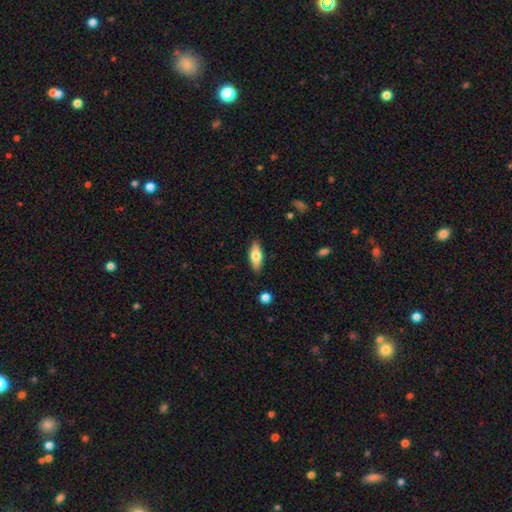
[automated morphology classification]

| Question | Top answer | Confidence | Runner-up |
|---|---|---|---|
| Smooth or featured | smooth | 66% | featured or disk (27%) |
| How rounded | in between | 72% | cigar-shaped (26%) |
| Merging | none | 87% | minor disturbance (10%) |